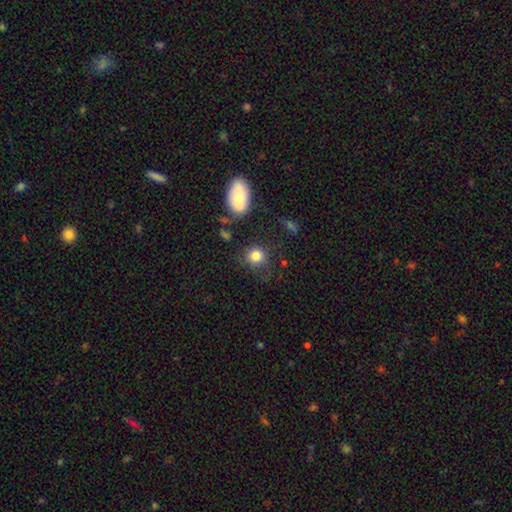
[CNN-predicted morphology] smooth 84%, star or artifact 10%, featured or disk 7%. Down the decision tree: how rounded — round (82%); merging — none (71%).